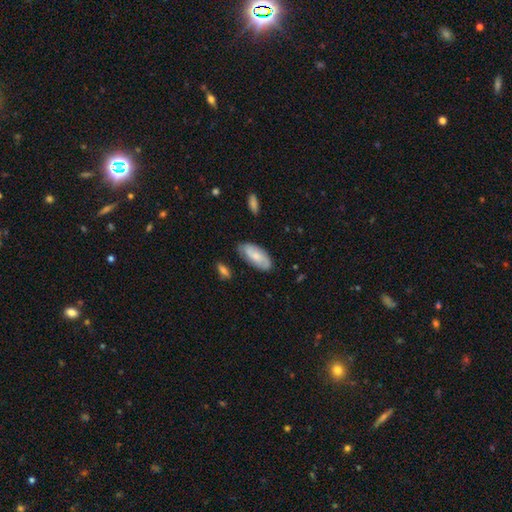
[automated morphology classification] This appears to be a smooth galaxy with no disk features (57%) that is in between round and cigar-shaped (89%). Merging: none (75%).